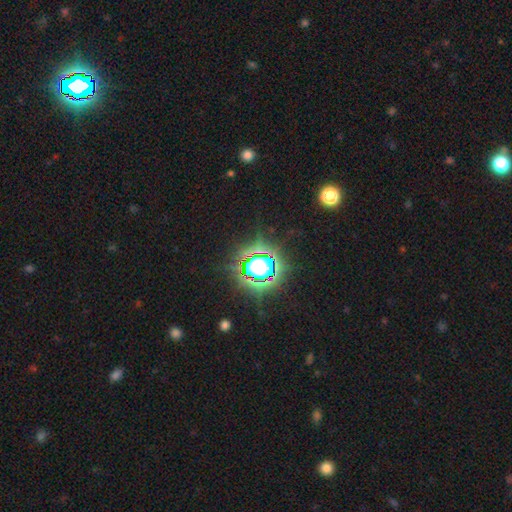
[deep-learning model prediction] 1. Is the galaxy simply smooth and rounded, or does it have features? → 73% star or artifact, 17% smooth, 10% featured or disk.